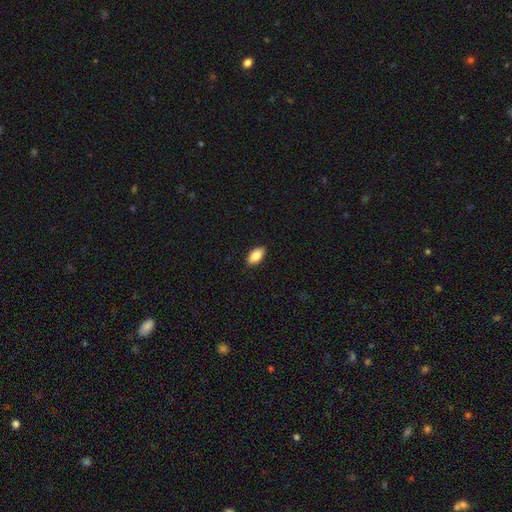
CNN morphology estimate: This appears to be a smooth galaxy with no disk features (86%) that is in between round and cigar-shaped (92%). Merging: none (88%).